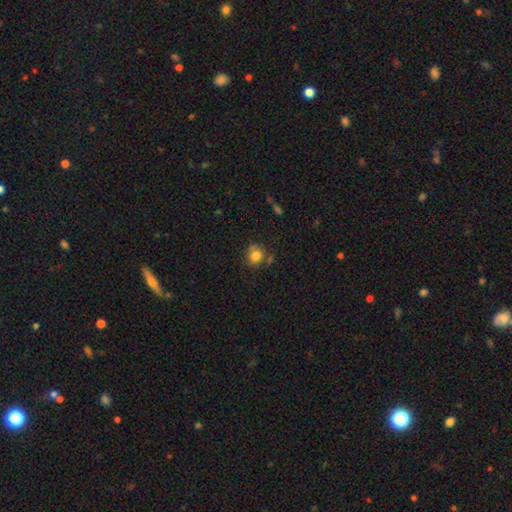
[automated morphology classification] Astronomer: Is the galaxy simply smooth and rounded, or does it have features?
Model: smooth — 80%.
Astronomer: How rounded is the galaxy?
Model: round — 76%.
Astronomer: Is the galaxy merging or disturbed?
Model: none — 63%.